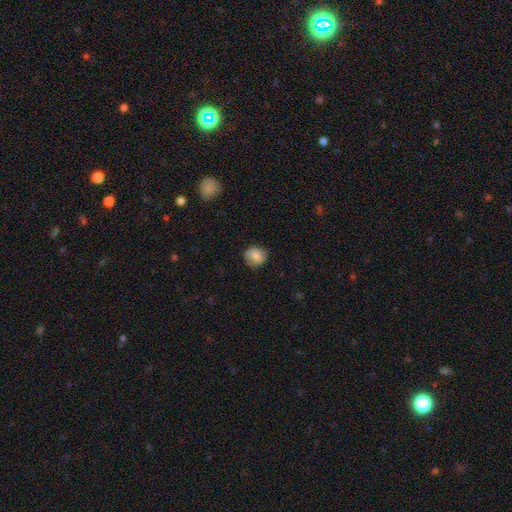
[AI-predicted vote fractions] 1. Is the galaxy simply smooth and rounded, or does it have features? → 76% smooth, 15% featured or disk, 8% star or artifact.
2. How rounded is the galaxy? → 79% round, 20% in between, 1% cigar-shaped.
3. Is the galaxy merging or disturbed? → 75% none, 19% minor disturbance, 5% major disturbance, 1% merger.